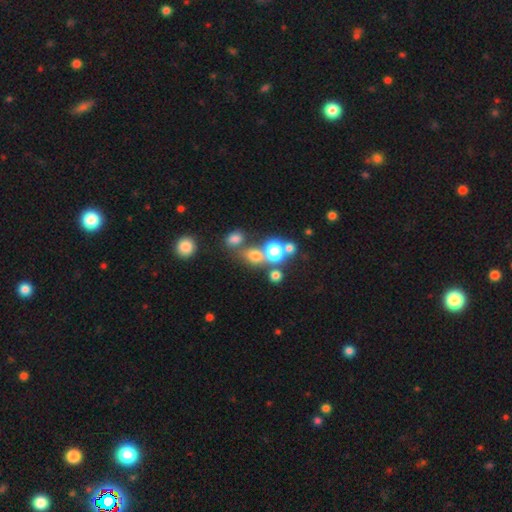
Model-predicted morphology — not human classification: smooth_or_featured: smooth (p=0.66) [alt: star or artifact p=0.22]
how_rounded: round (p=0.62) [alt: in between p=0.37]
merging: none (p=0.50) [alt: merger p=0.34]